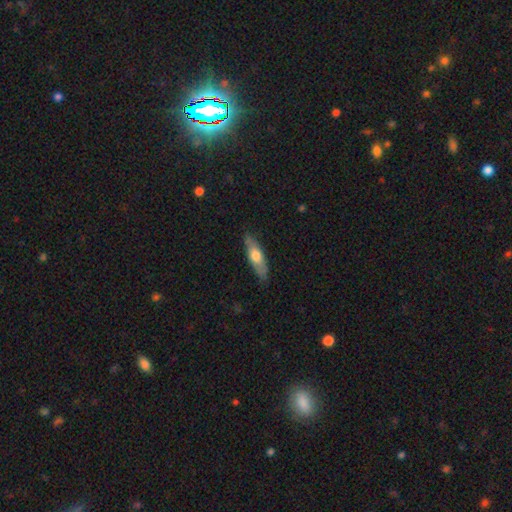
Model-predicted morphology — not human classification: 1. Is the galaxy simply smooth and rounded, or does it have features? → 57% smooth, 37% featured or disk, 5% star or artifact.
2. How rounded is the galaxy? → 56% cigar-shaped, 42% in between, 2% round.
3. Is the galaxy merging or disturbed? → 80% none, 16% minor disturbance, 3% major disturbance, 1% merger.